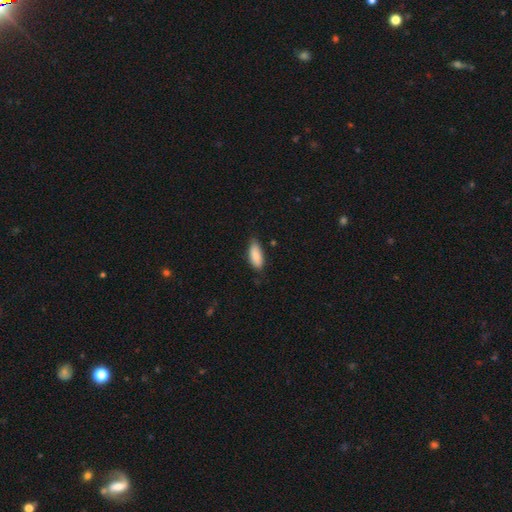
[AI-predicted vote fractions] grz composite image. It shows a smooth galaxy with no disk features (87%) that is in between round and cigar-shaped (79%). Merging: none (75%).